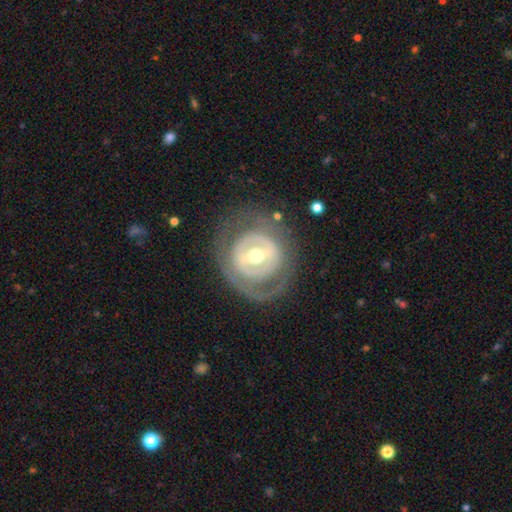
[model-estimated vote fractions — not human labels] Smooth or featured? featured or disk (78%)
Edge-on disk? no (95%)
Bar? strong (48%)
Spiral arms? no (58%)
Bulge size? moderate (65%)
Merging? none (74%)